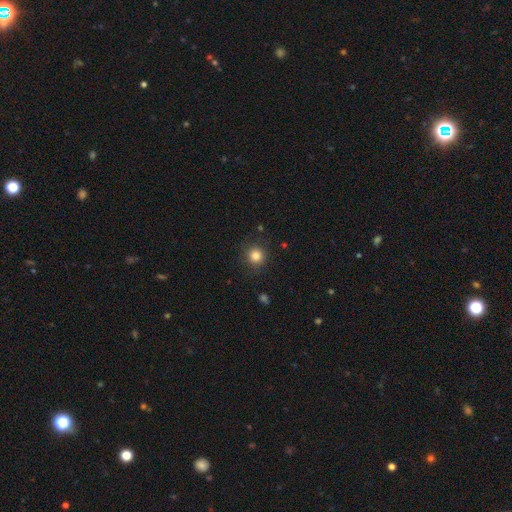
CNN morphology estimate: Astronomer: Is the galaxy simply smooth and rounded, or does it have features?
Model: smooth — 83%.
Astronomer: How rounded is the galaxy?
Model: round — 94%.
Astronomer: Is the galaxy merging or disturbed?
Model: none — 88%.